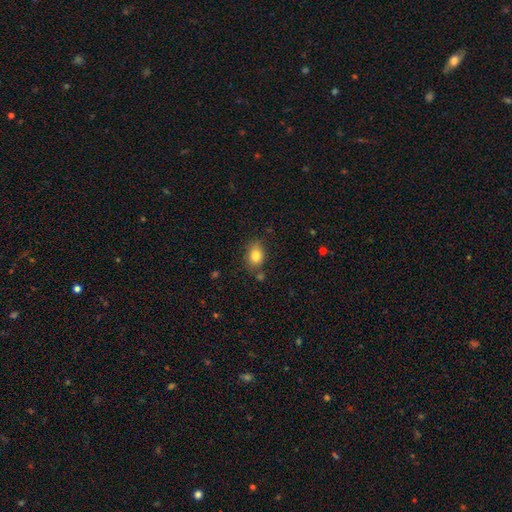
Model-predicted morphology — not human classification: This appears to be a smooth galaxy with no disk features (81%) that is in between round and cigar-shaped (65%). Merging: none (76%).